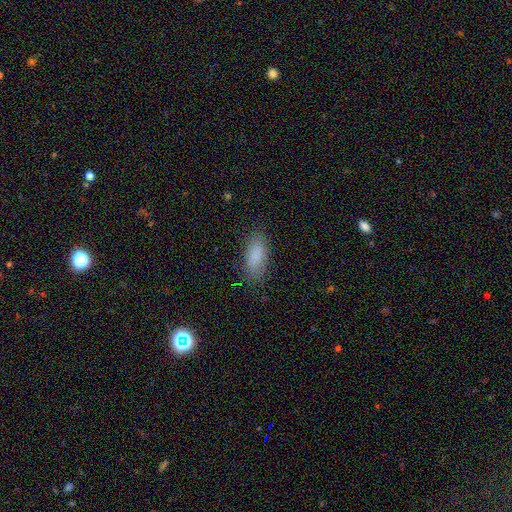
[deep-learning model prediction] This appears to be a smooth galaxy with no disk features (86%) that is in between round and cigar-shaped (83%). Merging: none (83%).